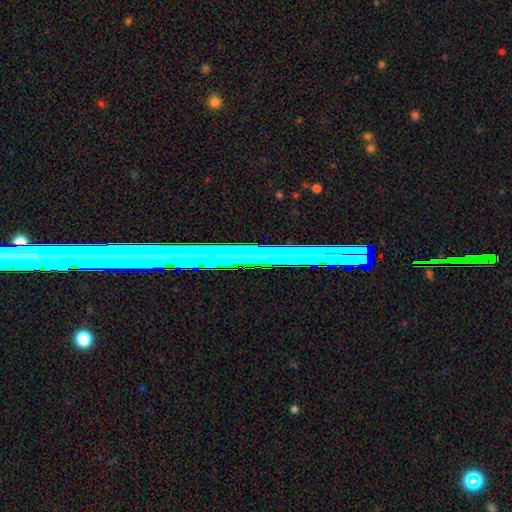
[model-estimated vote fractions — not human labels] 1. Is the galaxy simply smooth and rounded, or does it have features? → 46% star or artifact, 37% featured or disk, 17% smooth.